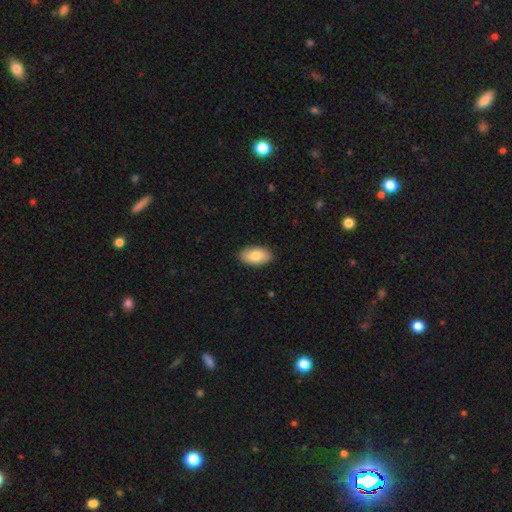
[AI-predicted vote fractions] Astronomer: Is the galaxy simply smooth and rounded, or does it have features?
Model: smooth — 83%.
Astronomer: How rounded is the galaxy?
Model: in between — 95%.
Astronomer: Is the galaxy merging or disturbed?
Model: none — 89%.